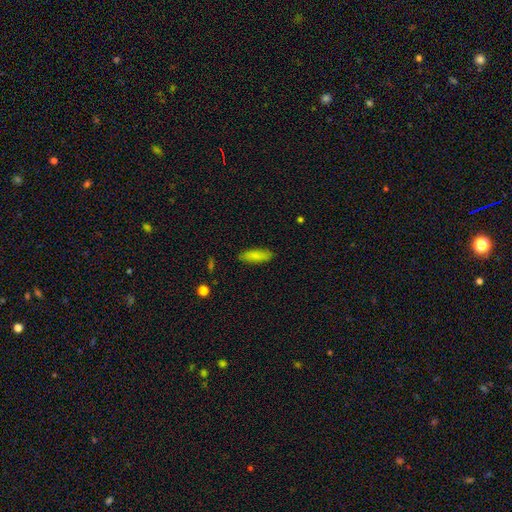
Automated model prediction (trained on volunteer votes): The model was most divided on "how rounded": in between: 56%, cigar-shaped: 43%, round: 2%. More confident: merging — none (86%); smooth or featured — smooth (84%).